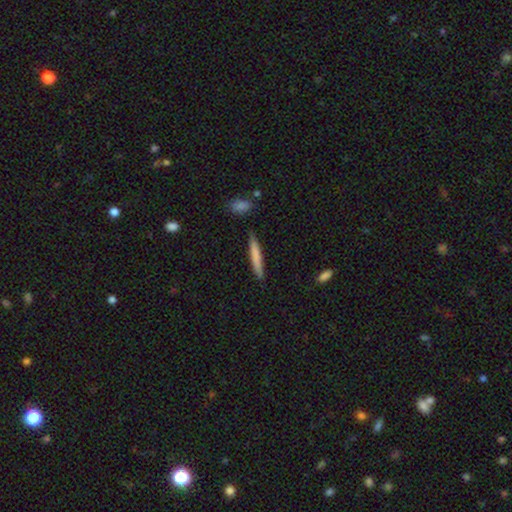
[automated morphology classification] Smooth or featured? Predicted: smooth (p=0.75). How rounded? Predicted: cigar-shaped (p=0.94). Merging? Predicted: none (p=0.86).